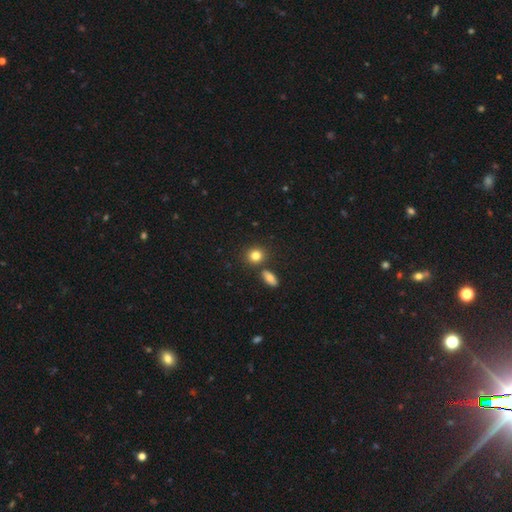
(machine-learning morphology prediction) Smooth or featured? smooth (83%)
How rounded? round (75%)
Merging? none (74%)